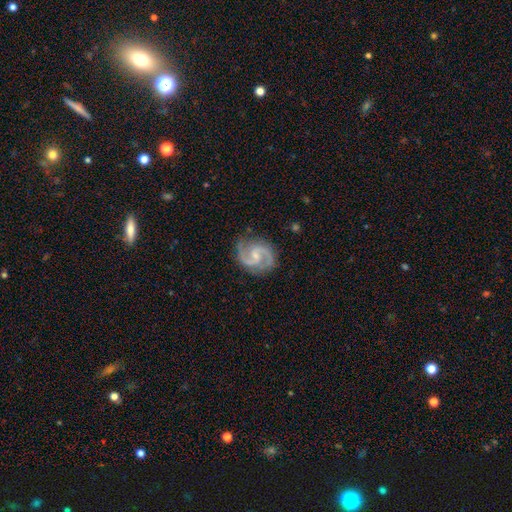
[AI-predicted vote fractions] This appears to be a featured or disk galaxy (92%) with a weak bar (50%), 2 (94%) medium (64%) spiral arms (98%) and a small central bulge (62%). Merging: none (82%).